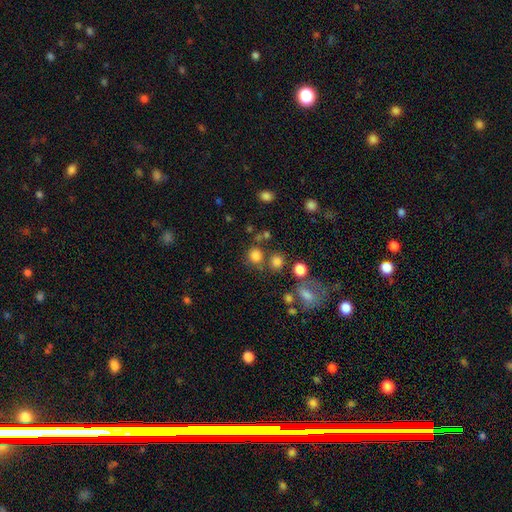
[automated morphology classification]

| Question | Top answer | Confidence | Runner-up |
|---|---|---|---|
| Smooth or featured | smooth | 78% | star or artifact (16%) |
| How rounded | round | 87% | in between (12%) |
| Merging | none | 70% | merger (15%) |